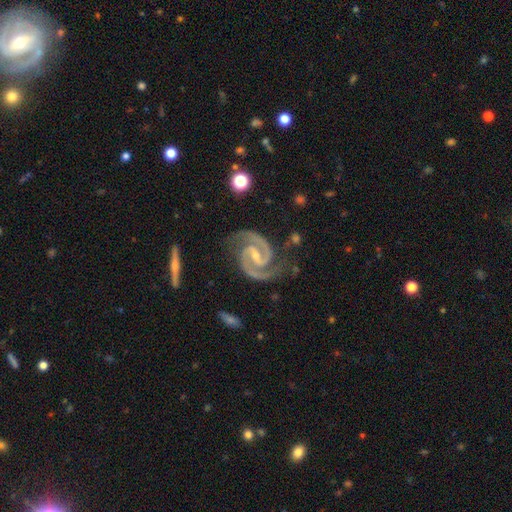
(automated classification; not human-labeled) Smooth or featured? featured or disk (94%)
Edge-on disk? no (98%)
Bar? weak (44%)
Spiral arms? yes (99%)
Spiral winding? medium (52%)
Spiral arm count? 2 (94%)
Bulge size? small (63%)
Merging? none (79%)